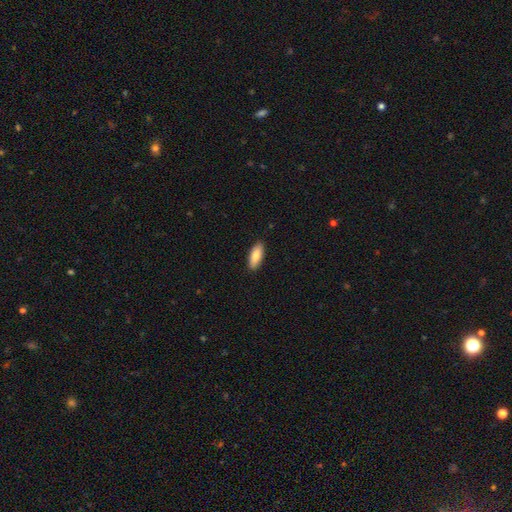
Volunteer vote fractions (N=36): smooth_or_featured: smooth (p=0.97) [alt: featured or disk p=0.03]
how_rounded: in between (p=0.63) [alt: cigar-shaped p=0.37]
merging: none (p=0.92) [alt: minor disturbance p=0.06]